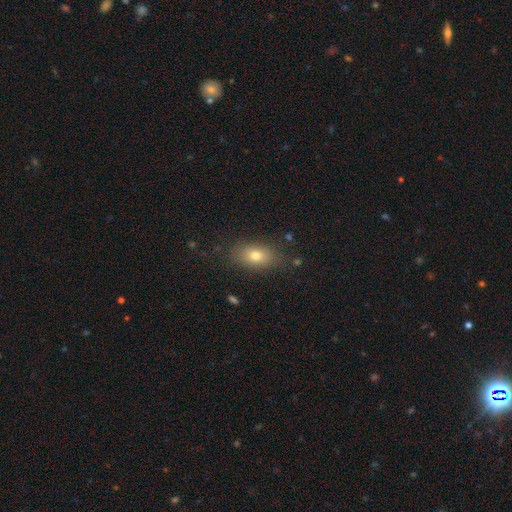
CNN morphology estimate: This is likely a smooth galaxy (76%). How rounded: clearly in between (83%). Merging: clearly none (81%).